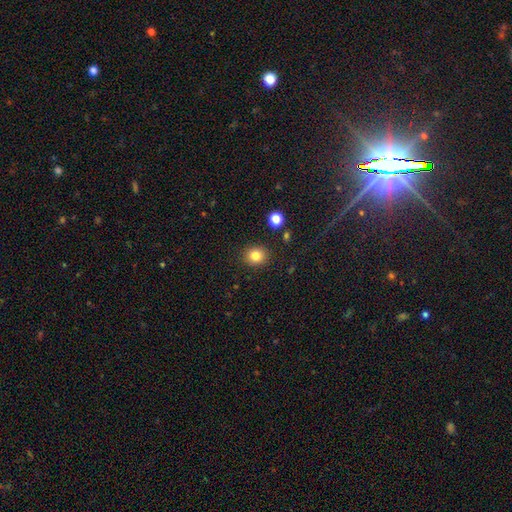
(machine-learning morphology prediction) smooth-or-featured: smooth: 82% | star or artifact: 11% | featured or disk: 6%
  how-rounded: round: 78% | in between: 21% | cigar-shaped: 1%
  merging: none: 89% | minor disturbance: 7% | major disturbance: 2% | merger: 2%